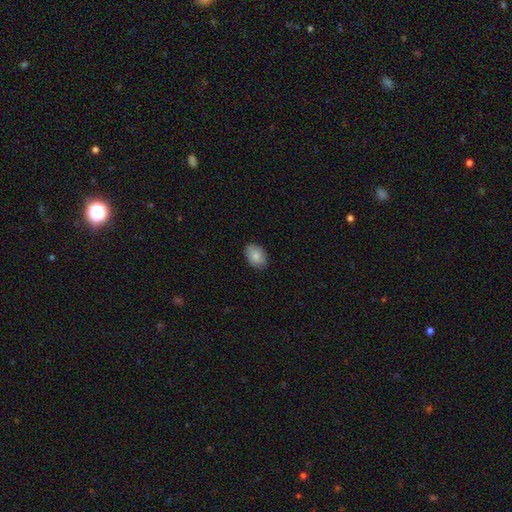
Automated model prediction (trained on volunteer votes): Overall: smooth (83%). How rounded: in between (81%). Merging: none (85%).